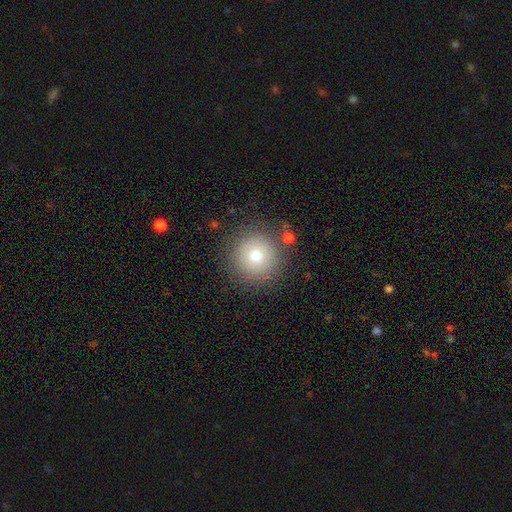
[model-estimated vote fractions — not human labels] A smooth galaxy with no disk features (76%) that is round (96%).

Vote fractions:
- Smooth or featured? smooth: 76% / featured or disk: 12% / star or artifact: 11%
- How rounded? round: 96% / in between: 3% / cigar-shaped: 1%
- Merging? none: 85% / minor disturbance: 9% / major disturbance: 3% / merger: 3%